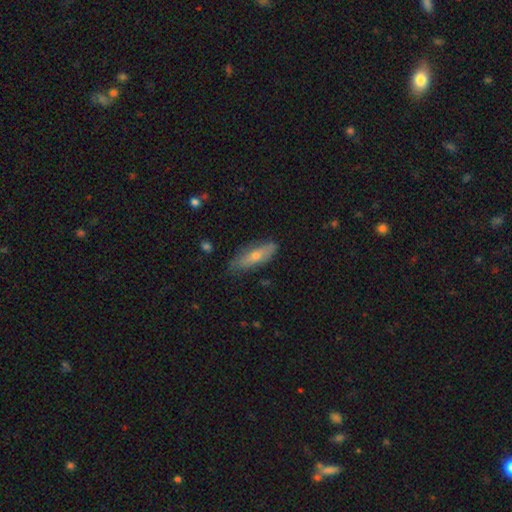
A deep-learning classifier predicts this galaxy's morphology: smooth 52%, featured or disk 41%, star or artifact 7%. Down the decision tree: how rounded — cigar-shaped (51%); merging — none (76%).